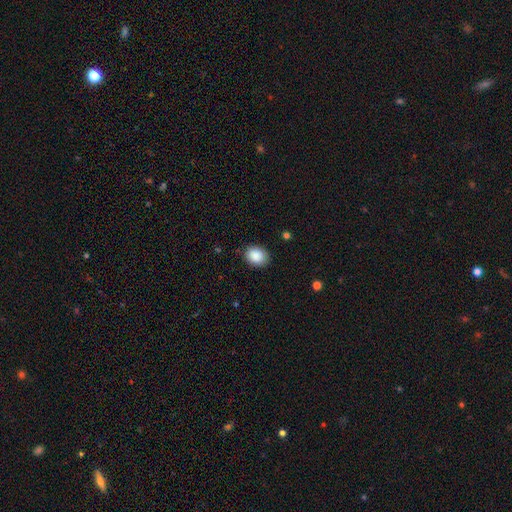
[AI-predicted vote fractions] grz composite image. It shows a smooth galaxy with no disk features (89%) that is in between round and cigar-shaped (55%). Merging: none (86%).